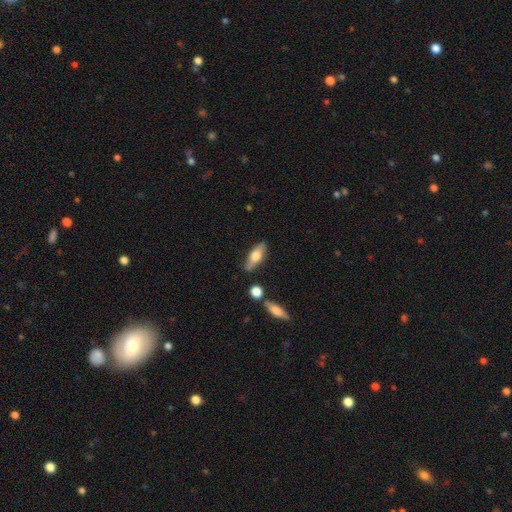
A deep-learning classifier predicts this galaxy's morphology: type=smooth (58%); roundness=in between (64%); merging=none (74%).